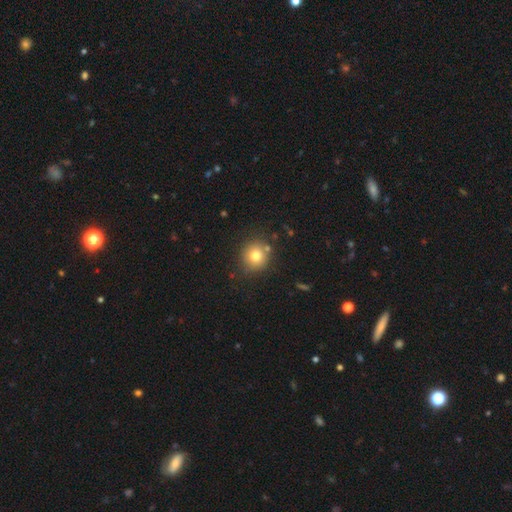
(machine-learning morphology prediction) This is likely a smooth galaxy (77%). How rounded: clearly round (90%). Merging: clearly none (82%).